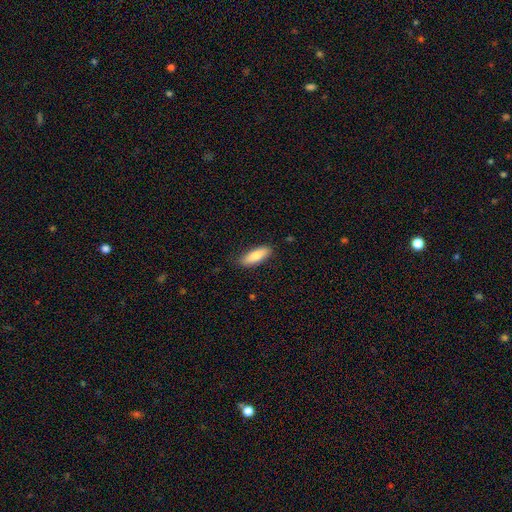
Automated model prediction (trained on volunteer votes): Smooth or featured?
  - smooth: 83% *
  - featured or disk: 11%
  - star or artifact: 6%
How rounded?
  - in between: 62% *
  - cigar-shaped: 36%
  - round: 2%
Merging?
  - none: 84% *
  - minor disturbance: 13%
  - major disturbance: 2%
  - merger: 1%